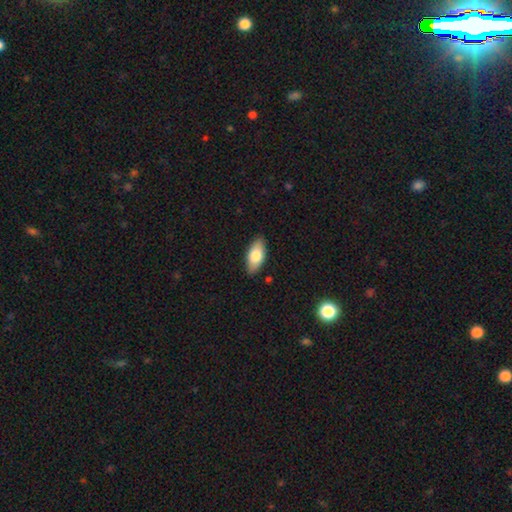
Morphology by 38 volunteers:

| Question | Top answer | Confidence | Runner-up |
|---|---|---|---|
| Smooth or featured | smooth | 79% | featured or disk (18%) |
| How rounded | in between | 80% | cigar-shaped (20%) |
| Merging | none | 81% | minor disturbance (14%) |